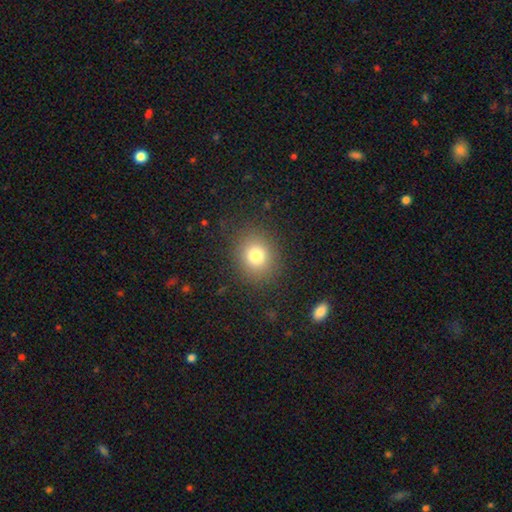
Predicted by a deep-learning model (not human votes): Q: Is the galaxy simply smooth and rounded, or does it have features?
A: smooth — 78%.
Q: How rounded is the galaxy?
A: round — 71%.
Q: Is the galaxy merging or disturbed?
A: none — 85%.